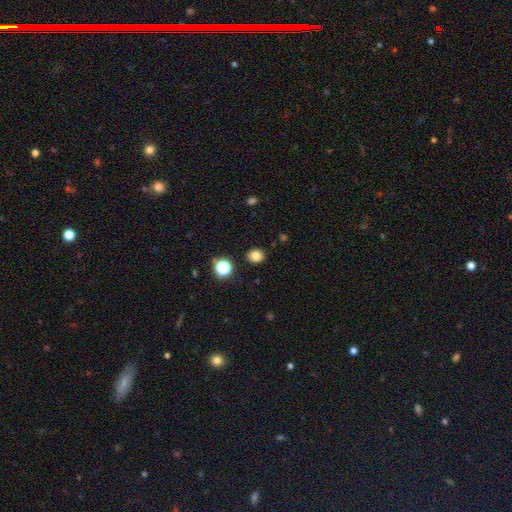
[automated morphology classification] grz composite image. It shows a smooth galaxy with no disk features (81%) that is round (63%). Merging: none (88%).